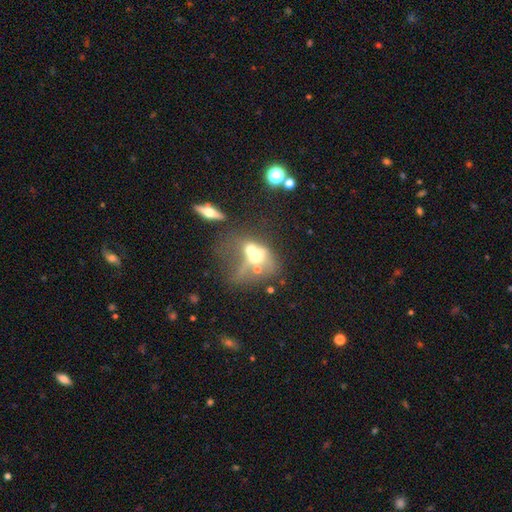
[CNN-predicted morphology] smooth_or_featured: smooth (p=0.44) [alt: featured or disk p=0.41]
merging: merger (p=0.63) [alt: major disturbance p=0.18]